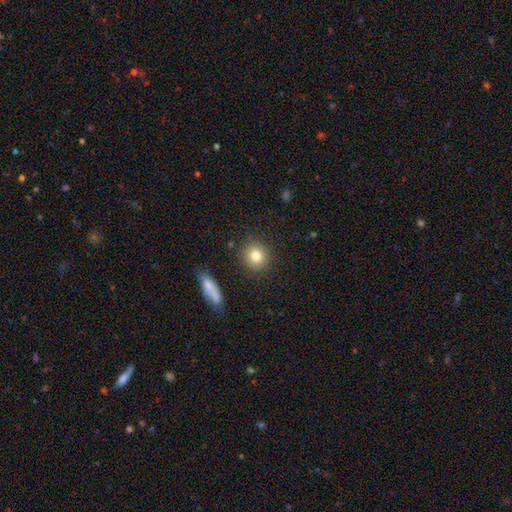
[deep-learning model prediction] Smooth or featured: smooth — 80% (star or artifact — 10%)
How rounded: round — 89% (in between — 10%)
Merging: none — 88% (minor disturbance — 7%)